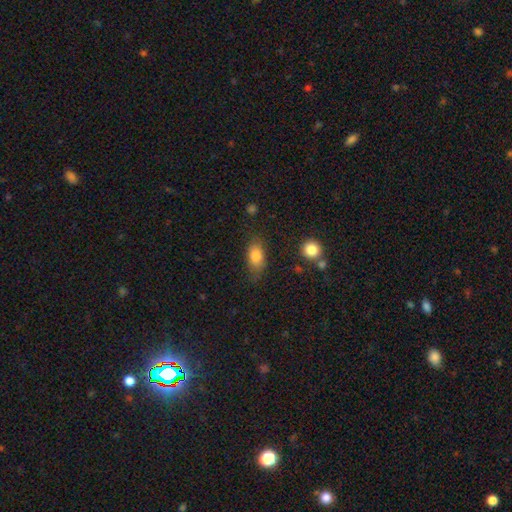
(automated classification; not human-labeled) This is clearly a smooth galaxy (81%). How rounded: clearly in between (84%). Merging: likely none (69%).